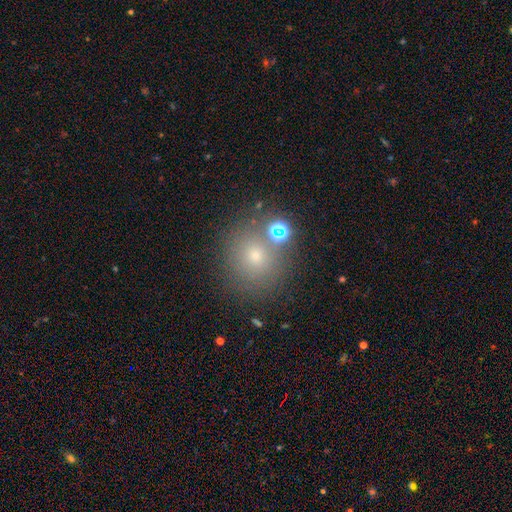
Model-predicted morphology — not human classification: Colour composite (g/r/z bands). It shows a smooth galaxy with no disk features (64%) that is round (88%). Merging: none (75%).